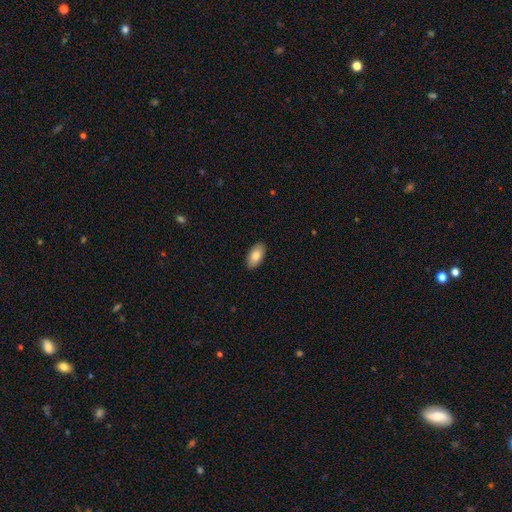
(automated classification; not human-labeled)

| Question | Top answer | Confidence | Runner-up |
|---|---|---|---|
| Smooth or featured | smooth | 82% | featured or disk (12%) |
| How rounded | in between | 95% | round (3%) |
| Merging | none | 90% | minor disturbance (8%) |